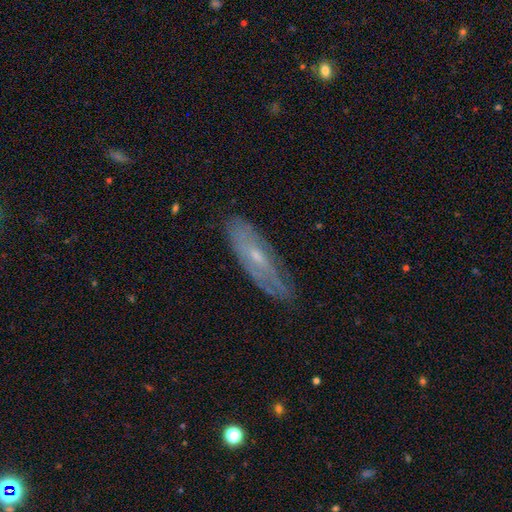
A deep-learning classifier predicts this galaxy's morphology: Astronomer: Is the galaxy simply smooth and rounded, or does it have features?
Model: featured or disk — 61%.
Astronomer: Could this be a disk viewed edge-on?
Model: no — 67%.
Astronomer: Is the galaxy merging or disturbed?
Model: none — 73%.